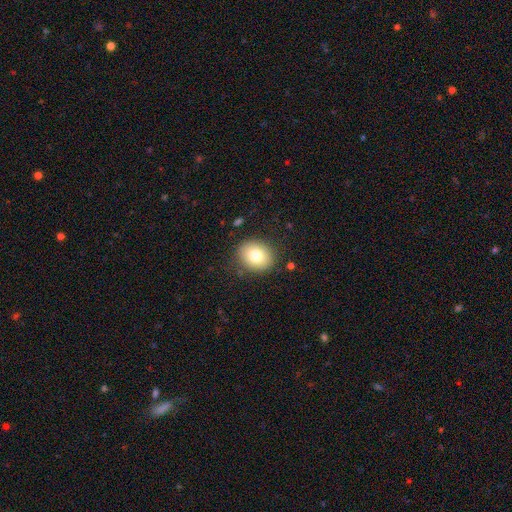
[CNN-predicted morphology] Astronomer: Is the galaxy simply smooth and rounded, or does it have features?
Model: smooth — 79%.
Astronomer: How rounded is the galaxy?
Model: round — 55% (runner-up: in between, 44%).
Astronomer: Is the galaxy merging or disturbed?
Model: none — 85%.